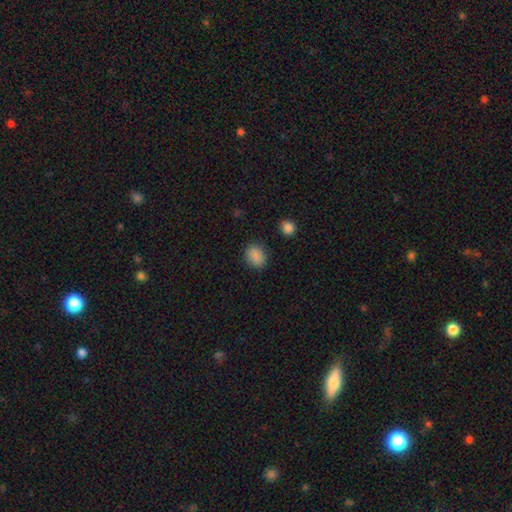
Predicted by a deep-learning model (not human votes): Morphology: type=smooth (87%); roundness=in between (56%); merging=none (85%).